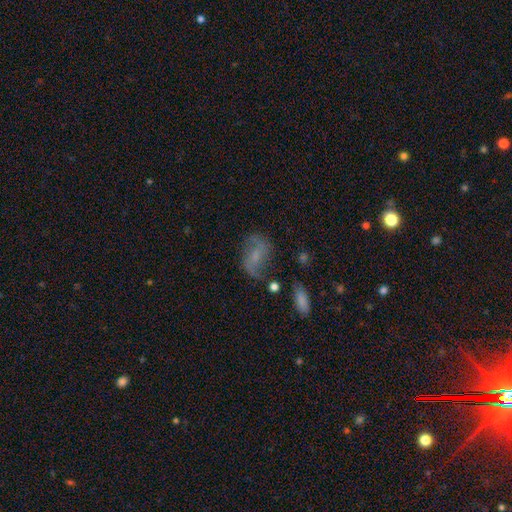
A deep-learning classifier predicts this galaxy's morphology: This appears to be a featured or disk galaxy (63%) with a weak bar (45%), 2 (86%) loose (53%) spiral arms (85%) and a small central bulge (51%). Merging: none (64%).